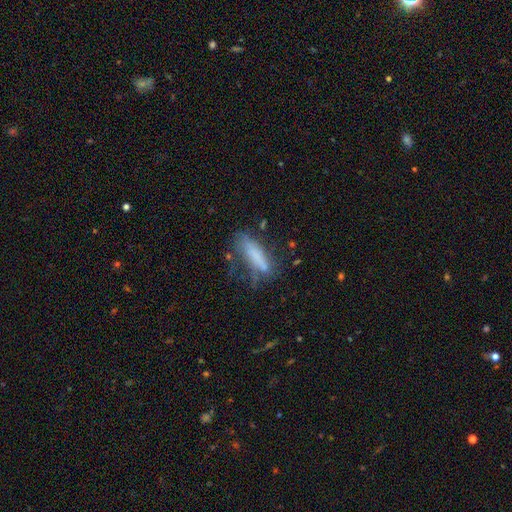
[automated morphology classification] Smooth or featured? Predicted: smooth (p=0.64). How rounded? Predicted: cigar-shaped (p=0.67). Merging? Predicted: none (p=0.49).